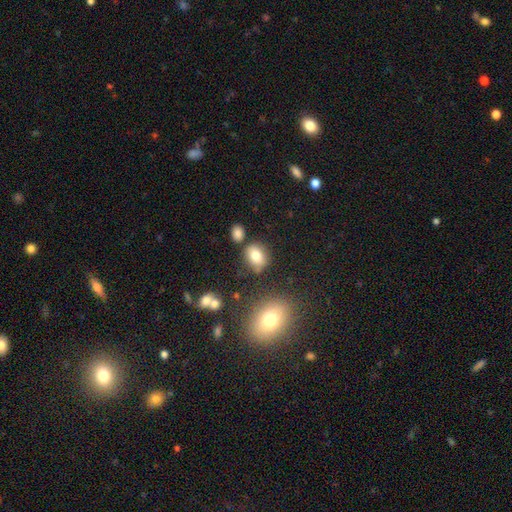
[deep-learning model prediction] Smooth or featured?
  - smooth: 78% *
  - featured or disk: 12%
  - star or artifact: 11%
How rounded?
  - in between: 65% *
  - round: 33%
  - cigar-shaped: 2%
Merging?
  - none: 69% *
  - minor disturbance: 16%
  - merger: 10%
  - major disturbance: 5%